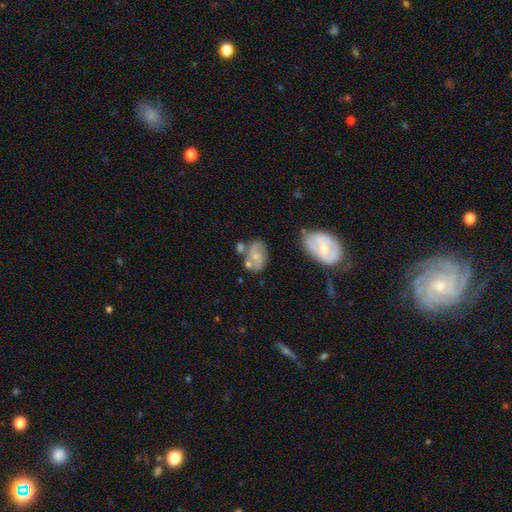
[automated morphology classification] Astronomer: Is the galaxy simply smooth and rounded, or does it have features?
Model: featured or disk — 60%.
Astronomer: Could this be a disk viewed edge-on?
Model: no — 96%.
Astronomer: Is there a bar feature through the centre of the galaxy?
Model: no — 62%.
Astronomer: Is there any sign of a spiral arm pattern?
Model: yes — 84%.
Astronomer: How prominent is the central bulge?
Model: small — 56% (runner-up: moderate, 33%).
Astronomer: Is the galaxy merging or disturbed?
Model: none — 55%.